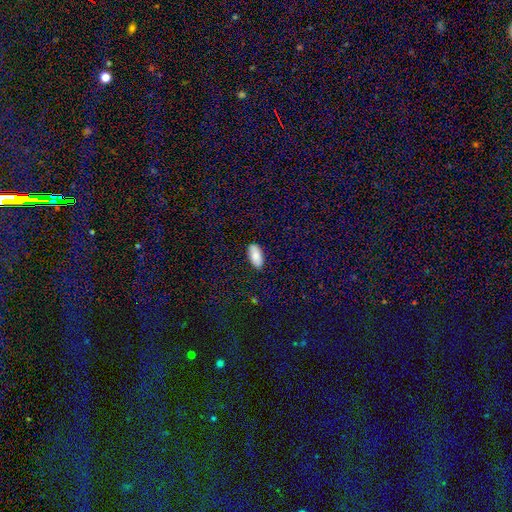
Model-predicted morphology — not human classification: This appears to be a smooth galaxy with no disk features (85%) that is in between round and cigar-shaped (93%). Merging: none (87%).